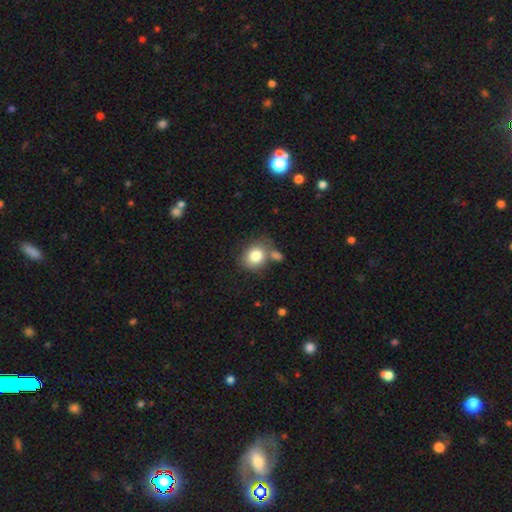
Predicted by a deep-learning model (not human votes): Smooth or featured: smooth — 81% (featured or disk — 10%)
How rounded: round — 62% (in between — 37%)
Merging: none — 57% (merger — 23%)